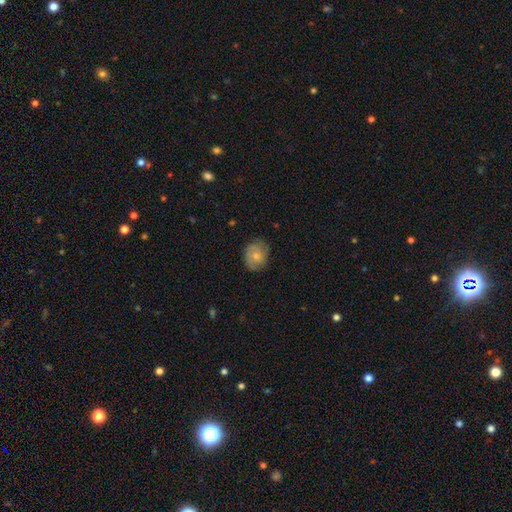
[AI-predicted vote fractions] A smooth galaxy with no disk features (63%) that is round (57%). Merging: none (71%).